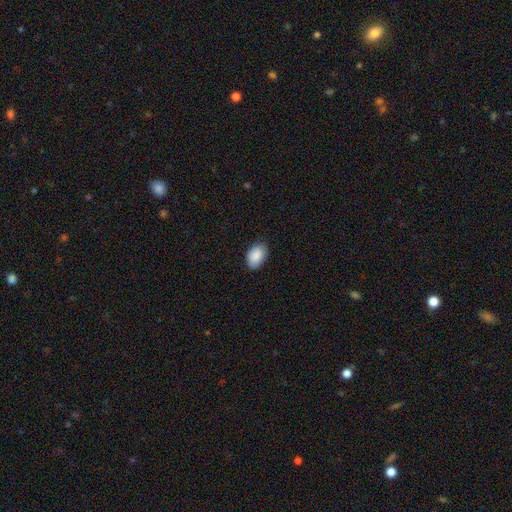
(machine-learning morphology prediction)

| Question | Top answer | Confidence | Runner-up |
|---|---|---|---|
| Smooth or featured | smooth | 89% | star or artifact (6%) |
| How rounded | in between | 89% | round (10%) |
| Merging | none | 82% | minor disturbance (15%) |